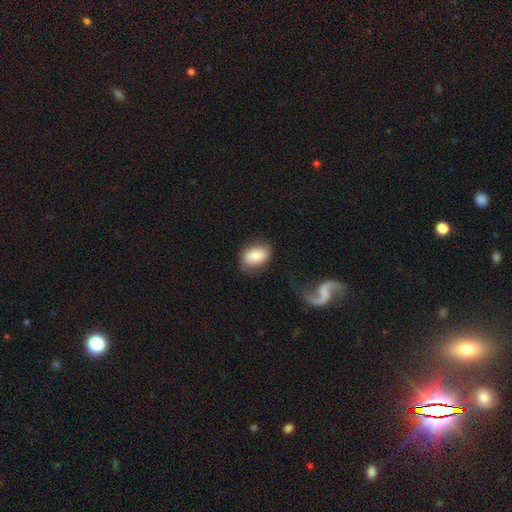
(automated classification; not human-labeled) This is likely a smooth galaxy (75%). How rounded: clearly in between (82%). Merging: likely none (69%).